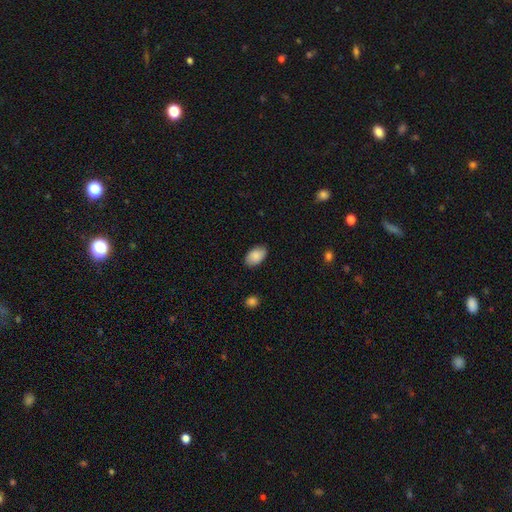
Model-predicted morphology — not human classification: Smooth or featured? Predicted: smooth (p=0.87). How rounded? Predicted: in between (p=0.92). Merging? Predicted: none (p=0.85).